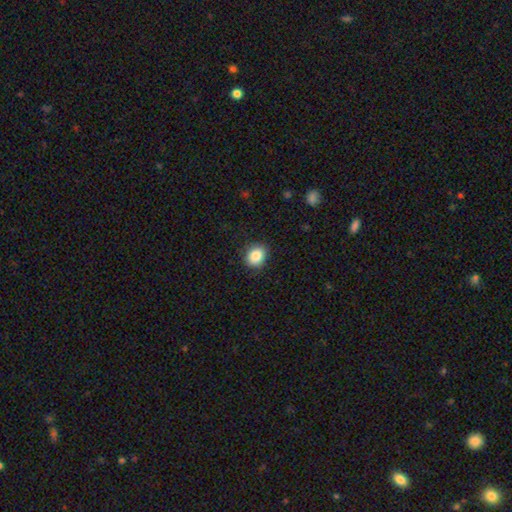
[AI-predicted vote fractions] Overall: smooth (86%). How rounded: round (55%; in between 44%). Merging: none (87%).